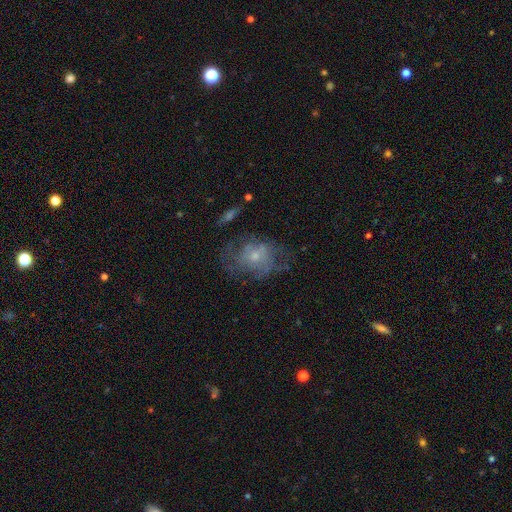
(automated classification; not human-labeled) A featured or disk galaxy (51%). Merging: none (45%).